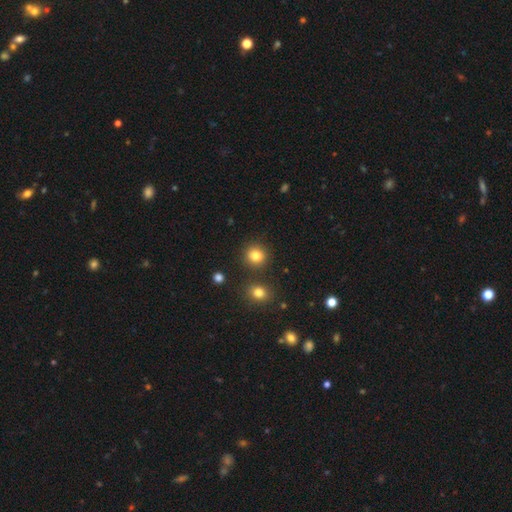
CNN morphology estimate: Overall: smooth (83%). How rounded: round (91%). Merging: none (87%).